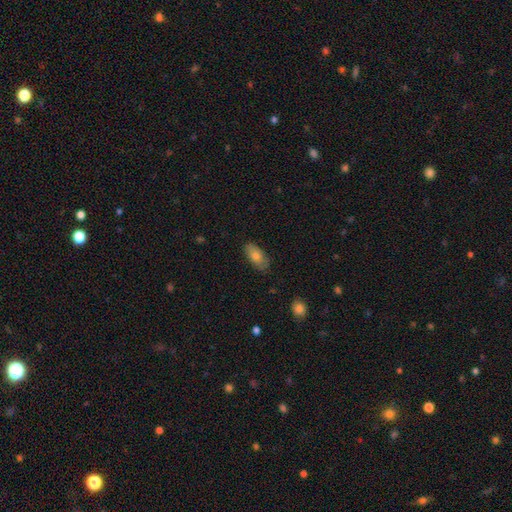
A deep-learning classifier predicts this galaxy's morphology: A smooth galaxy with no disk features (72%) that is in between round and cigar-shaped (89%).

Vote fractions:
- Smooth or featured? smooth: 72% / featured or disk: 20% / star or artifact: 8%
- How rounded? in between: 89% / cigar-shaped: 7% / round: 3%
- Merging? none: 82% / minor disturbance: 14% / major disturbance: 2% / merger: 1%